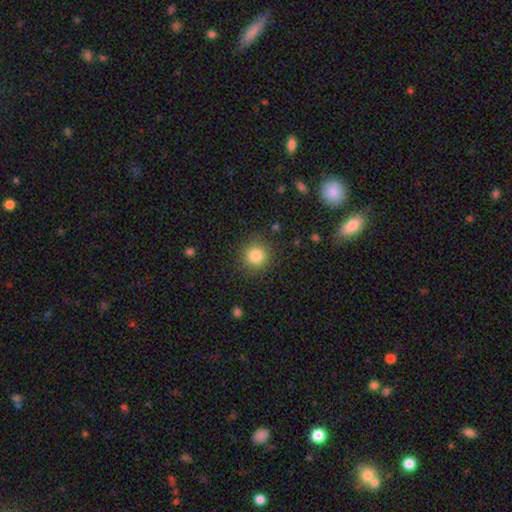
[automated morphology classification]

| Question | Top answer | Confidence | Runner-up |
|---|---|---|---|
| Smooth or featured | smooth | 83% | star or artifact (11%) |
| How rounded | round | 93% | in between (6%) |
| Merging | none | 87% | minor disturbance (8%) |